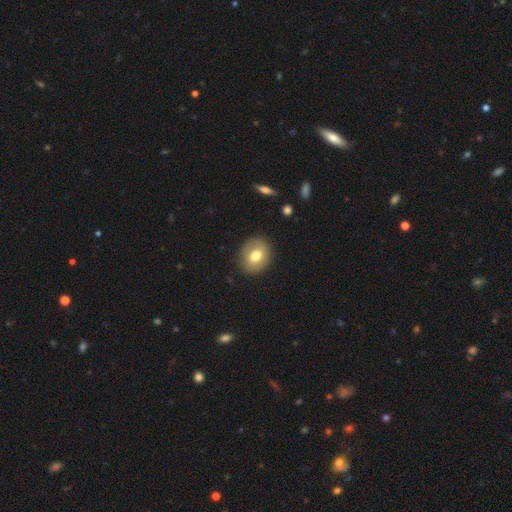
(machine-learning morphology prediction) Smooth or featured: smooth — 72% (featured or disk — 20%)
How rounded: round — 64% (in between — 35%)
Merging: none — 86% (minor disturbance — 10%)